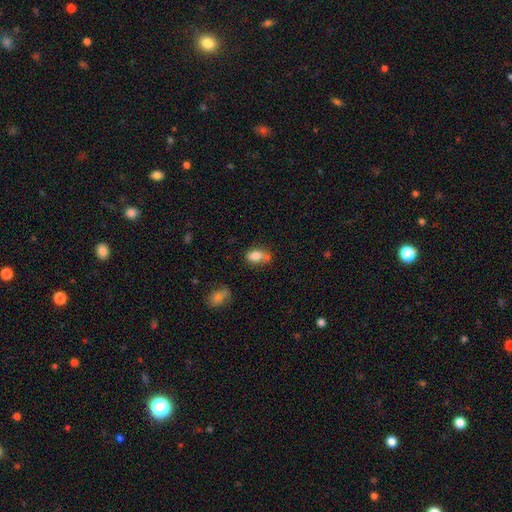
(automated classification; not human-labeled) Smooth or featured? Predicted: smooth (p=0.77). How rounded? Predicted: in between (p=0.79). Merging? Predicted: none (p=0.43).